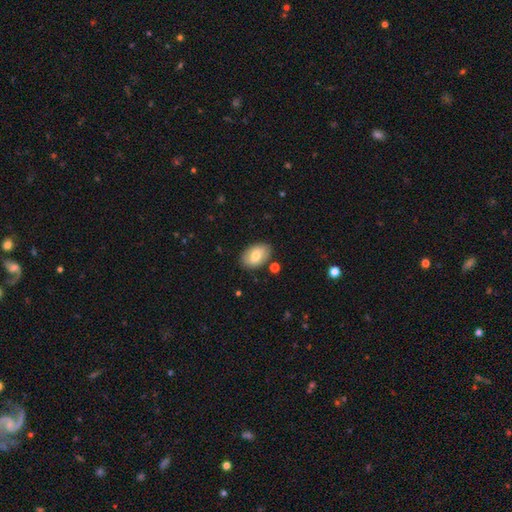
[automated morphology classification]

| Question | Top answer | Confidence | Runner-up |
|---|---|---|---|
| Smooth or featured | smooth | 71% | featured or disk (22%) |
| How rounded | in between | 89% | round (10%) |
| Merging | none | 84% | minor disturbance (10%) |